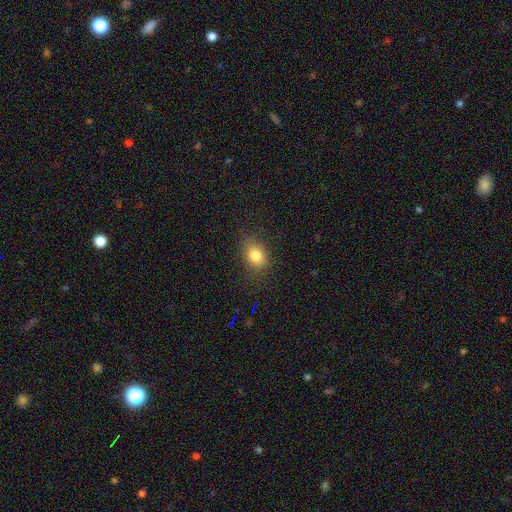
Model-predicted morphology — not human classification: Smooth or featured? Predicted: smooth (p=0.82). How rounded? Predicted: in between (p=0.65). Merging? Predicted: none (p=0.81).